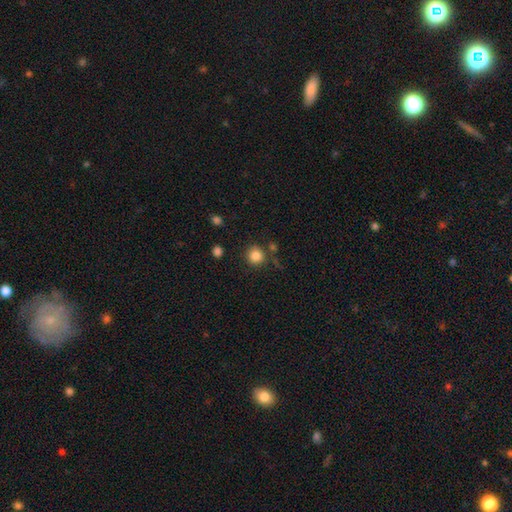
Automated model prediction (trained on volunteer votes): smooth_or_featured: smooth (p=0.85) [alt: star or artifact p=0.11]
how_rounded: round (p=0.92) [alt: in between p=0.07]
merging: none (p=0.80) [alt: minor disturbance p=0.10]